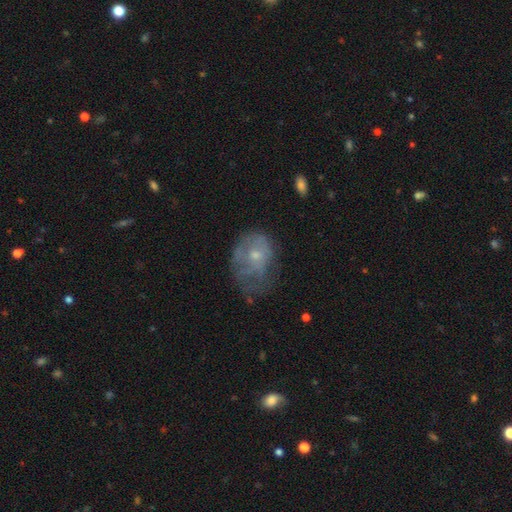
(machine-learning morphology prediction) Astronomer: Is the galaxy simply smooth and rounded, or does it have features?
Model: featured or disk — 45%, tied with smooth at 45%.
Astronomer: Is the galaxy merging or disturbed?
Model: major disturbance — 35% (runner-up: none, 33%).